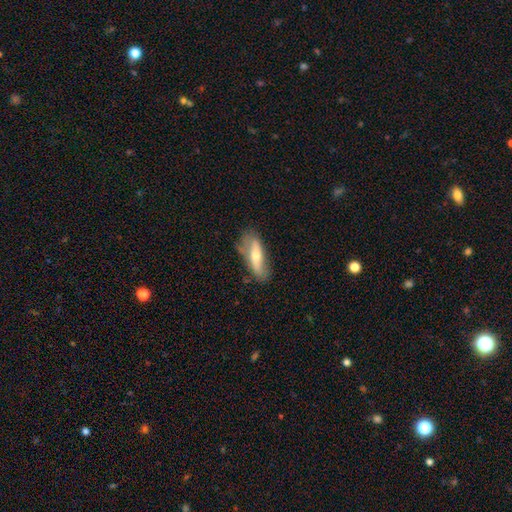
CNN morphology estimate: Overall: smooth (51%; featured or disk 43%). How rounded: in between (56%; cigar-shaped 41%). Merging: none (61%; minor disturbance 26%).